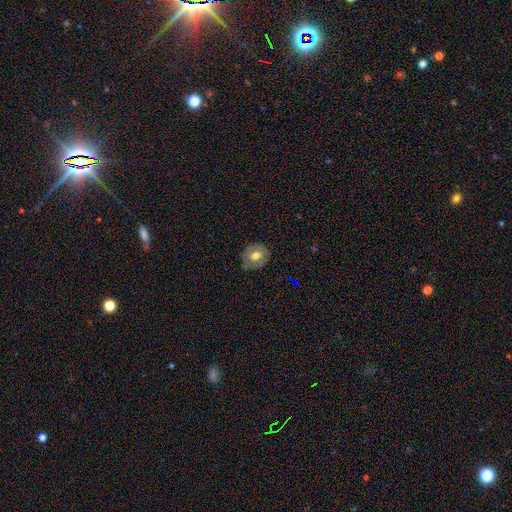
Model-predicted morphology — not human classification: Smooth or featured?
  - smooth: 59% *
  - featured or disk: 34%
  - star or artifact: 8%
How rounded?
  - round: 60% *
  - in between: 39%
  - cigar-shaped: 1%
Merging?
  - none: 76% *
  - minor disturbance: 19%
  - major disturbance: 5%
  - merger: 1%